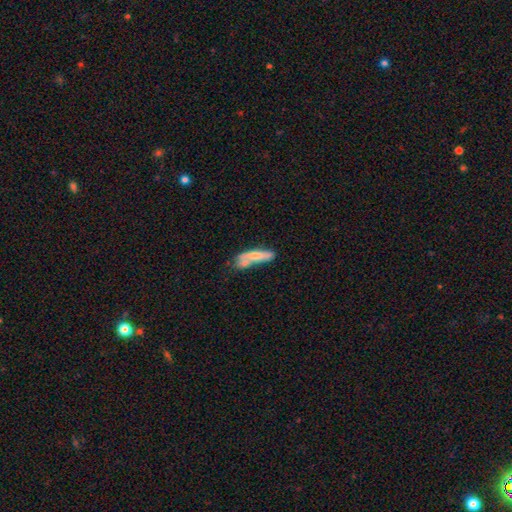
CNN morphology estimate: smooth_or_featured: smooth (p=0.59) [alt: featured or disk p=0.35]
how_rounded: cigar-shaped (p=0.67) [alt: in between p=0.31]
merging: none (p=0.38) [alt: merger p=0.28]